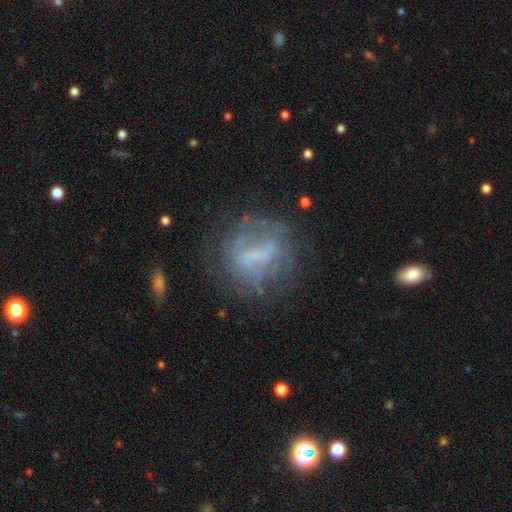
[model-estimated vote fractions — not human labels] smooth_or_featured: featured or disk (p=0.59) [alt: smooth p=0.28]
disk_edge_on: no (p=0.95) [alt: yes p=0.05]
bar: weak (p=0.36) [alt: no p=0.35]
has_spiral_arms: no (p=0.62) [alt: yes p=0.38]
bulge_size: none (p=0.49) [alt: small p=0.28]
merging: none (p=0.60) [alt: minor disturbance p=0.18]